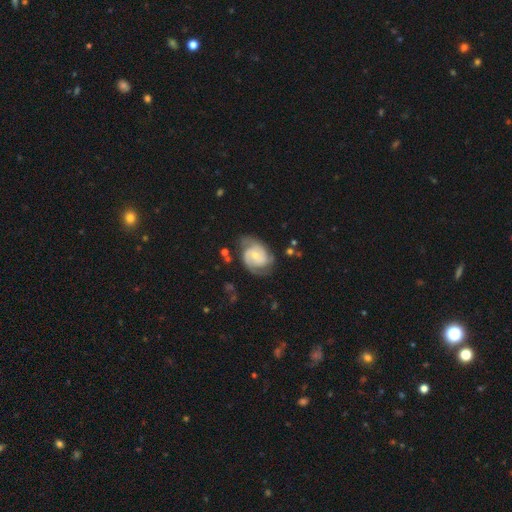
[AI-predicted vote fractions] featured or disk 82%, smooth 13%, star or artifact 5%. Down the decision tree: edge-on disk — no (98%); bar — no (60%); spiral arms — yes (95%); spiral arm count — 2 (69%); spiral winding — medium (44%); bulge size — small (60%); merging — none (64%).